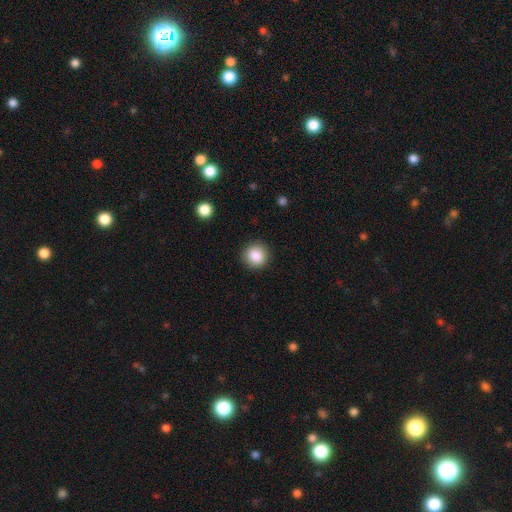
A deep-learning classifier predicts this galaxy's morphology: Smooth or featured?
  - smooth: 87% *
  - star or artifact: 9%
  - featured or disk: 4%
How rounded?
  - round: 92% *
  - in between: 7%
  - cigar-shaped: 1%
Merging?
  - none: 90% *
  - minor disturbance: 7%
  - major disturbance: 2%
  - merger: 1%